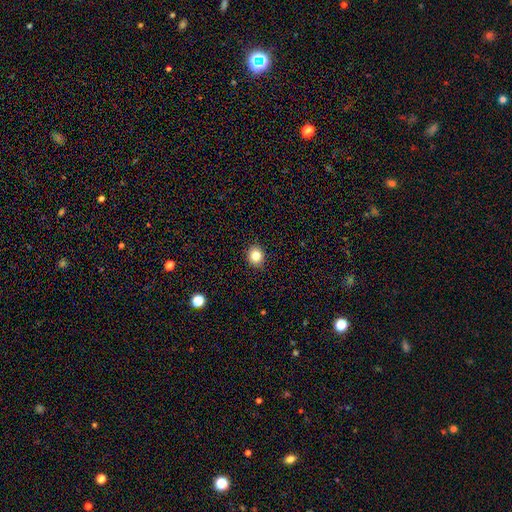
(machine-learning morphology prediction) Overall: smooth (82%). How rounded: round (71%). Merging: none (91%).